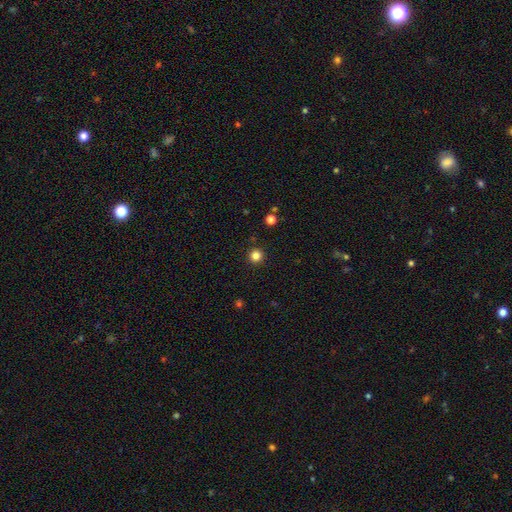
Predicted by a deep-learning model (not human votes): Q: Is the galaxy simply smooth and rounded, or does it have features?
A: smooth — 83%.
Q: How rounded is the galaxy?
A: round — 96%.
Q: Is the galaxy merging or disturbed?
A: none — 92%.